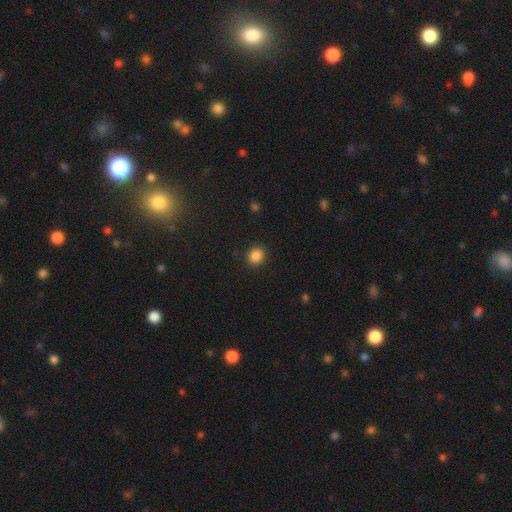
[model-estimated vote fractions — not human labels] Overall: smooth (87%). How rounded: round (77%). Merging: none (91%).